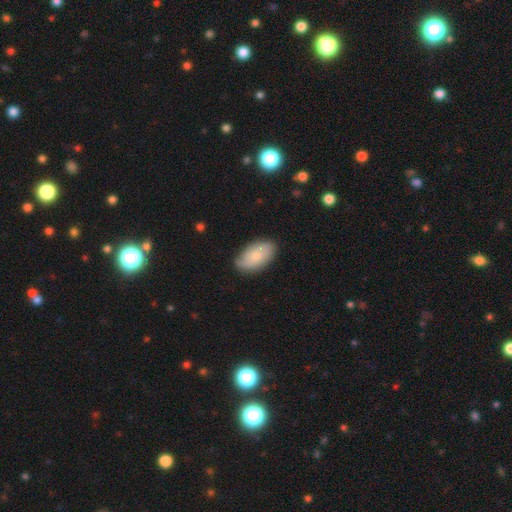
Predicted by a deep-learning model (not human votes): Smooth or featured?
  - smooth: 58% *
  - featured or disk: 36%
  - star or artifact: 7%
How rounded?
  - in between: 94% *
  - round: 4%
  - cigar-shaped: 2%
Merging?
  - none: 75% *
  - minor disturbance: 19%
  - major disturbance: 4%
  - merger: 1%